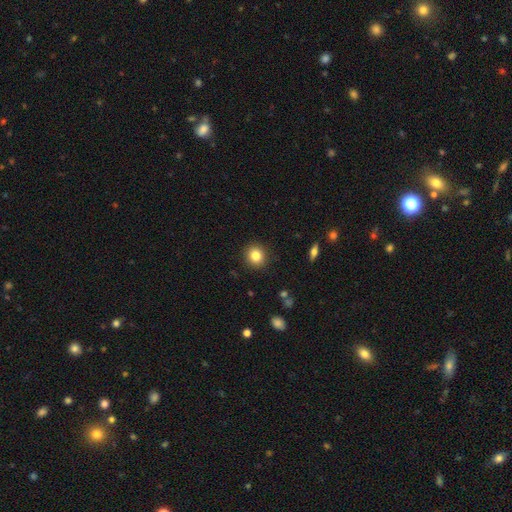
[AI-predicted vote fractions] A smooth galaxy with no disk features (83%) that is round (89%). Merging: none (91%).